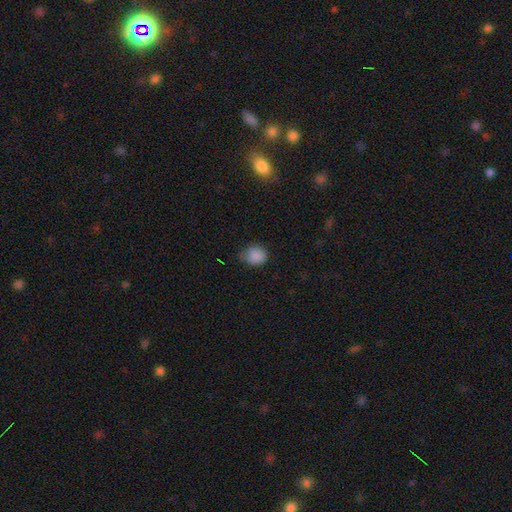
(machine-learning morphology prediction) smooth_or_featured: smooth (p=0.86) [alt: star or artifact p=0.10]
how_rounded: round (p=0.69) [alt: in between p=0.30]
merging: none (p=0.58) [alt: minor disturbance p=0.34]